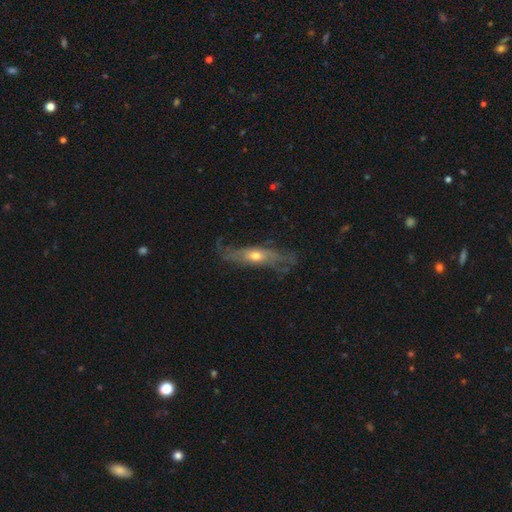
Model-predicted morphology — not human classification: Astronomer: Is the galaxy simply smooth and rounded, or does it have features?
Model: featured or disk — 67%.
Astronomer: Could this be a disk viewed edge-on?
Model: no — 55% (runner-up: yes, 45%).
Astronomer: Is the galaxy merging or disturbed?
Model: none — 58%.